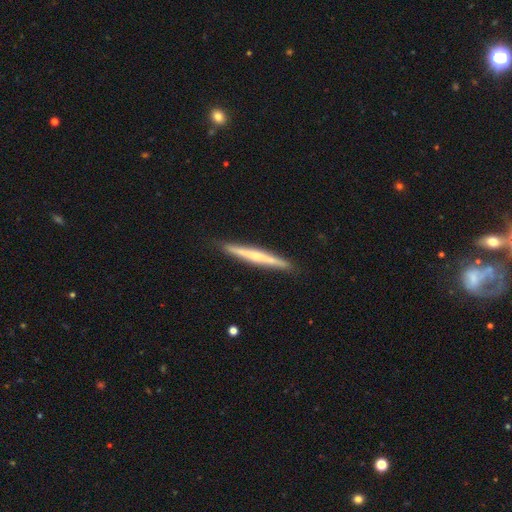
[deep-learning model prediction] This appears to be a featured or disk galaxy (53%) viewed edge-on (96%) with no central bulge (52%). Merging: none (89%).